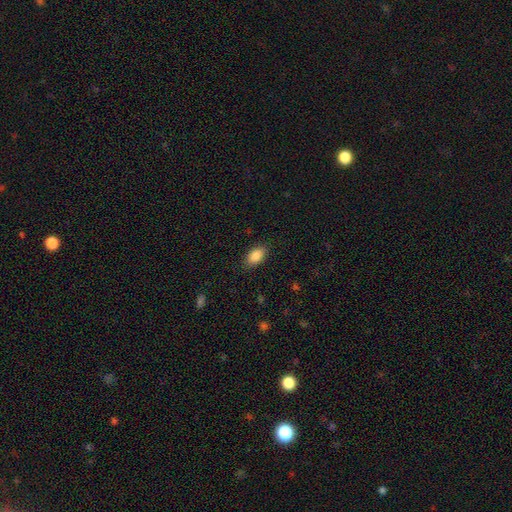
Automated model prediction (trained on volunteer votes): Smooth or featured? smooth (87%)
How rounded? in between (91%)
Merging? none (86%)